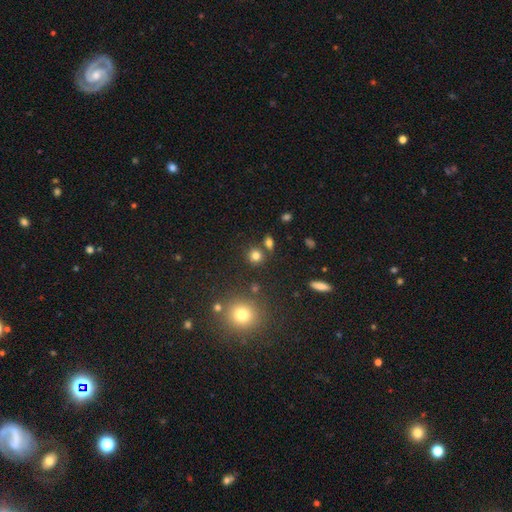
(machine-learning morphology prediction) Smooth or featured?
  - smooth: 78% *
  - star or artifact: 15%
  - featured or disk: 7%
How rounded?
  - round: 85% *
  - in between: 14%
  - cigar-shaped: 1%
Merging?
  - none: 77% *
  - merger: 11%
  - minor disturbance: 9%
  - major disturbance: 3%